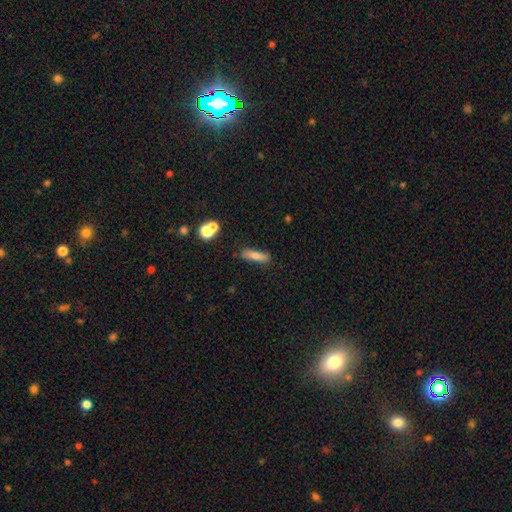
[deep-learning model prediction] Smooth or featured? Predicted: smooth (p=0.73). How rounded? Predicted: cigar-shaped (p=0.64). Merging? Predicted: none (p=0.80).